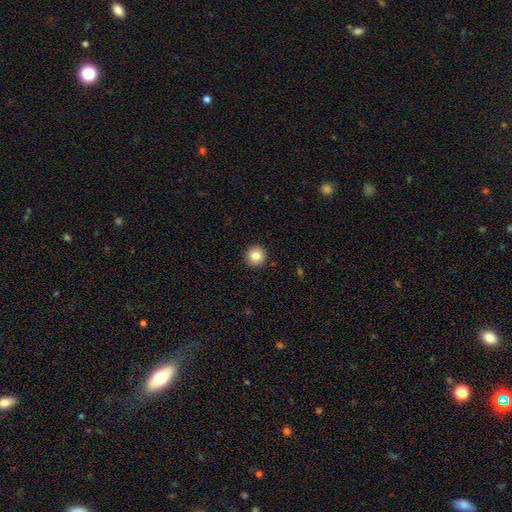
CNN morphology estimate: smooth-or-featured: smooth: 84% | star or artifact: 9% | featured or disk: 7%
  how-rounded: round: 95% | in between: 4% | cigar-shaped: 1%
  merging: none: 93% | minor disturbance: 5% | major disturbance: 2% | merger: 1%